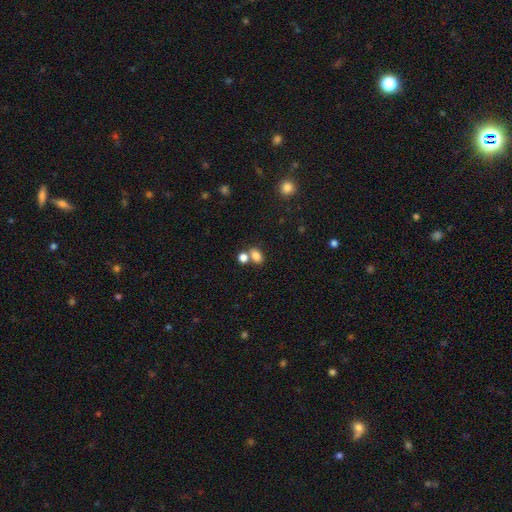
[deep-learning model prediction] A smooth galaxy with no disk features (82%) that is in between round and cigar-shaped (77%). Merging: none (52%).